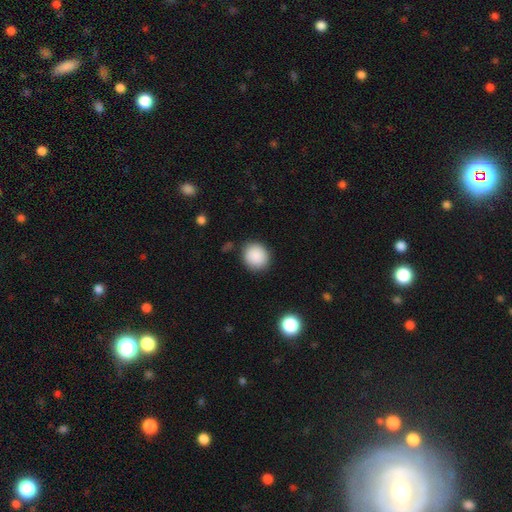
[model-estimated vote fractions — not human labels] Morphology: type=smooth (88%); roundness=round (83%); merging=none (86%).